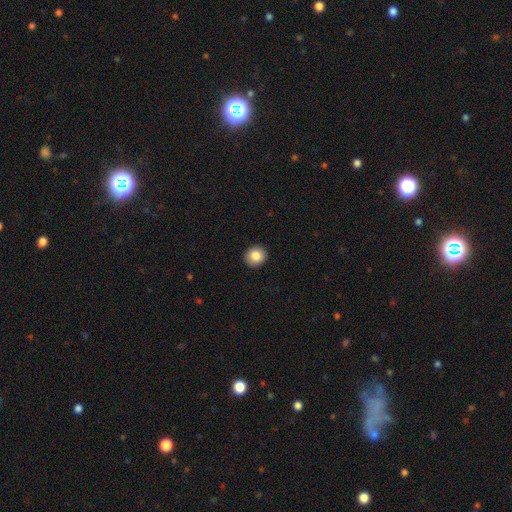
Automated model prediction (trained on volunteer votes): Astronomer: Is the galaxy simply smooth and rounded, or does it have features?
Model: smooth — 85%.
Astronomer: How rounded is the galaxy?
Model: round — 81%.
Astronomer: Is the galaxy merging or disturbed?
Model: none — 92%.